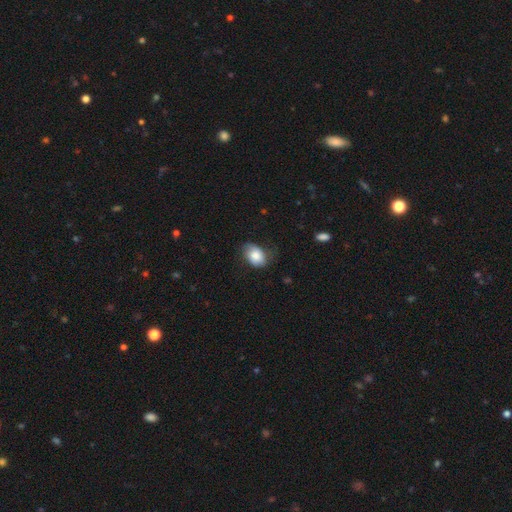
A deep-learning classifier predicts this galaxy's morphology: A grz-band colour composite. It shows a smooth galaxy with no disk features (78%) that is in between round and cigar-shaped (78%). Merging: none (58%).